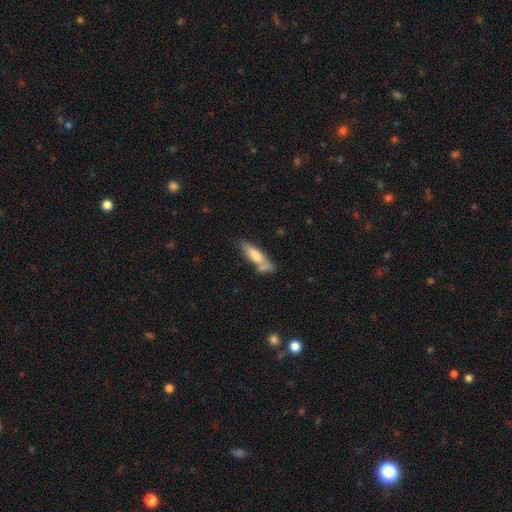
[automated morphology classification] This appears to be a smooth galaxy with no disk features (63%) that is cigar-shaped (66%). Merging: none (56%).